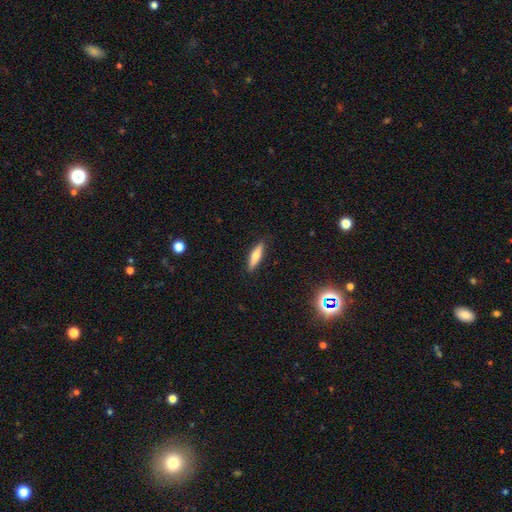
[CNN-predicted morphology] Smooth or featured: smooth — 62% (featured or disk — 31%)
How rounded: cigar-shaped — 74% (in between — 24%)
Merging: none — 89% (minor disturbance — 8%)